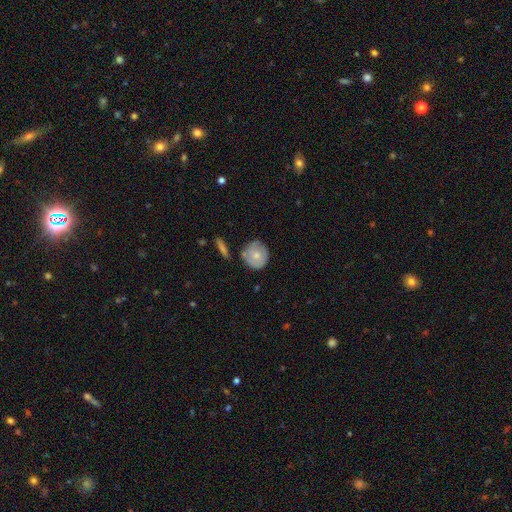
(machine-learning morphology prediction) Smooth or featured?
  - smooth: 65% *
  - featured or disk: 29%
  - star or artifact: 6%
How rounded?
  - round: 88% *
  - in between: 11%
  - cigar-shaped: 1%
Merging?
  - none: 67% *
  - minor disturbance: 22%
  - merger: 6%
  - major disturbance: 4%